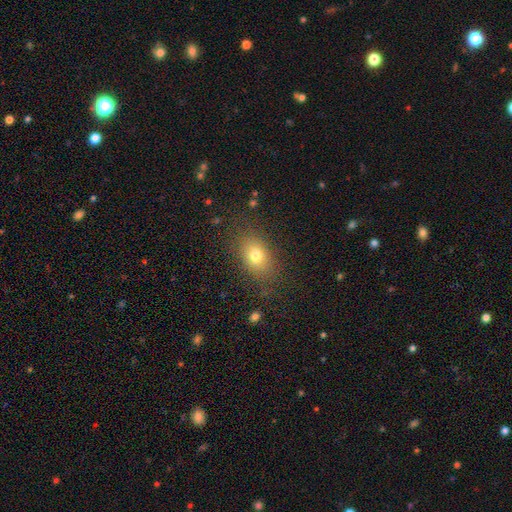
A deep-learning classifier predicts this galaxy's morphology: This is likely a smooth galaxy (76%). How rounded: likely in between (73%). Merging: clearly none (80%).